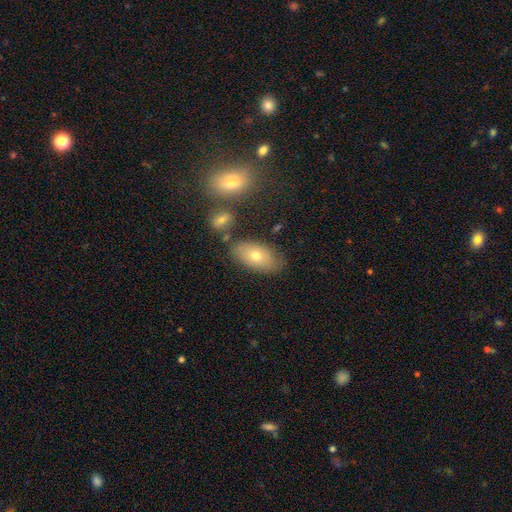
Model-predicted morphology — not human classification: type=smooth (70%); roundness=in between (91%); merging=none (72%).